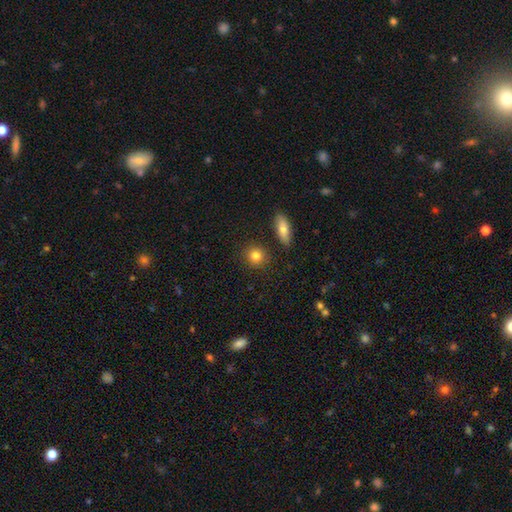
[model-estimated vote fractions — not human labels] A smooth galaxy with no disk features (83%) that is round (85%).

Vote fractions:
- Smooth or featured? smooth: 83% / star or artifact: 9% / featured or disk: 8%
- How rounded? round: 85% / in between: 13% / cigar-shaped: 2%
- Merging? none: 88% / minor disturbance: 7% / merger: 3% / major disturbance: 2%